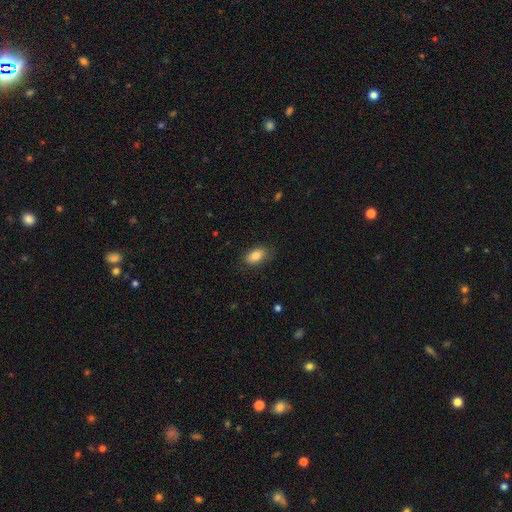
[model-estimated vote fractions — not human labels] A smooth galaxy with no disk features (84%) that is in between round and cigar-shaped (90%). Merging: none (80%).